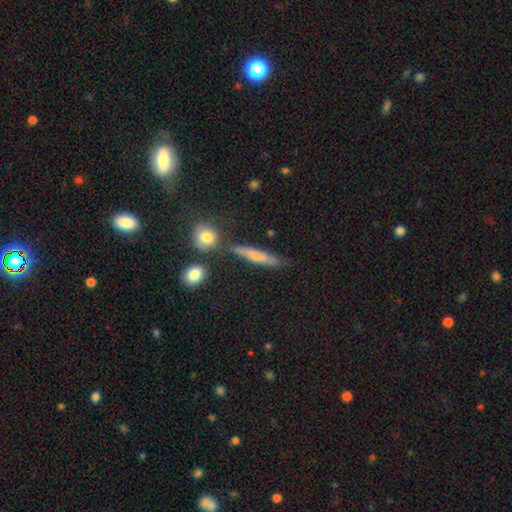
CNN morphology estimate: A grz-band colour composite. It shows a featured or disk galaxy (44%). Merging: none (77%).